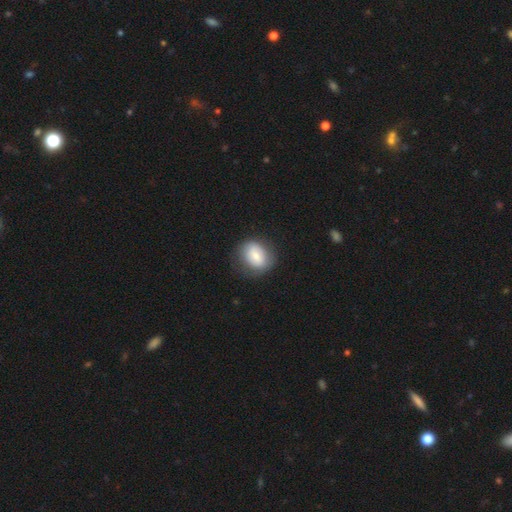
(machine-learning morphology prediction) The model was most divided on "how rounded": round: 50%, in between: 49%, cigar-shaped: 1%. More confident: smooth or featured — smooth (75%); merging — none (73%).